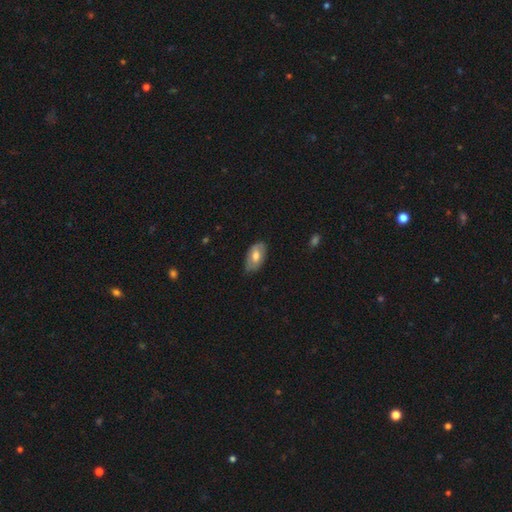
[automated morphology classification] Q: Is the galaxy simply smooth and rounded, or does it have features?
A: smooth — 64%.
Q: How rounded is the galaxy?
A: in between — 94%.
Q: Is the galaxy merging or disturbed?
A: none — 73%.